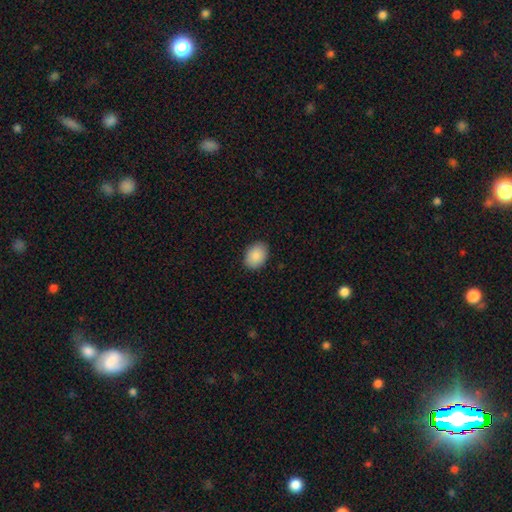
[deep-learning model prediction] A smooth galaxy with no disk features (89%) that is in between round and cigar-shaped (73%).

Vote fractions:
- Smooth or featured? smooth: 89% / star or artifact: 7% / featured or disk: 4%
- How rounded? in between: 73% / round: 26% / cigar-shaped: 1%
- Merging? none: 89% / minor disturbance: 8% / major disturbance: 2% / merger: 1%